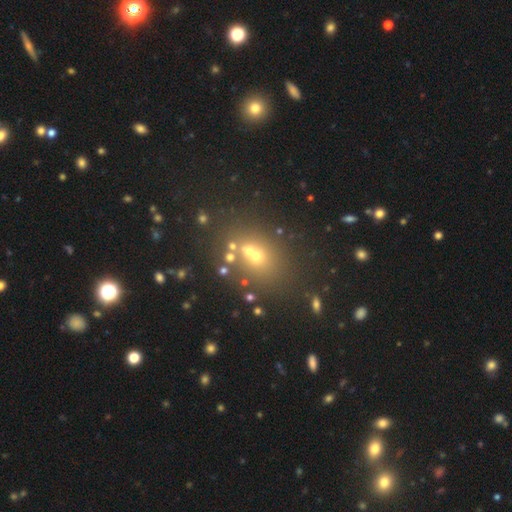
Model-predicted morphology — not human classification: A smooth galaxy with no disk features (49%). Merging: none (64%).